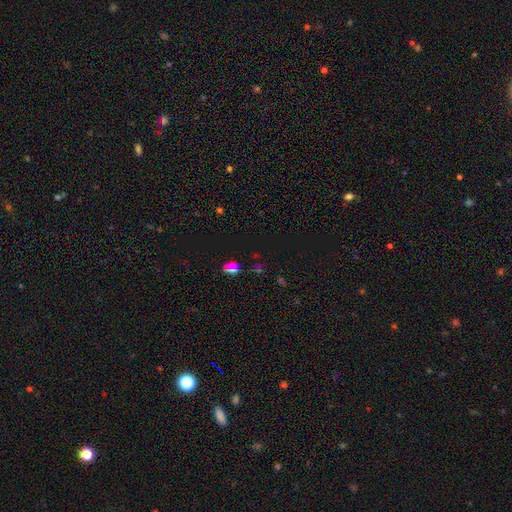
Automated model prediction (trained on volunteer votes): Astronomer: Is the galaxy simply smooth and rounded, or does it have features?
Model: star or artifact — 65%.